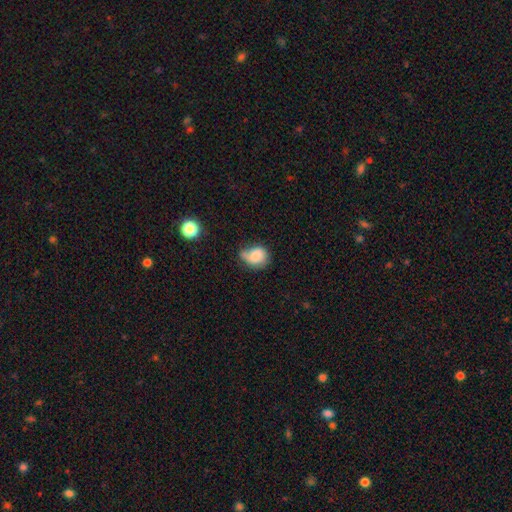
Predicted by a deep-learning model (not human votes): Overall: smooth (75%). How rounded: round (50%; in between 49%). Merging: minor disturbance (39%; none 34%).